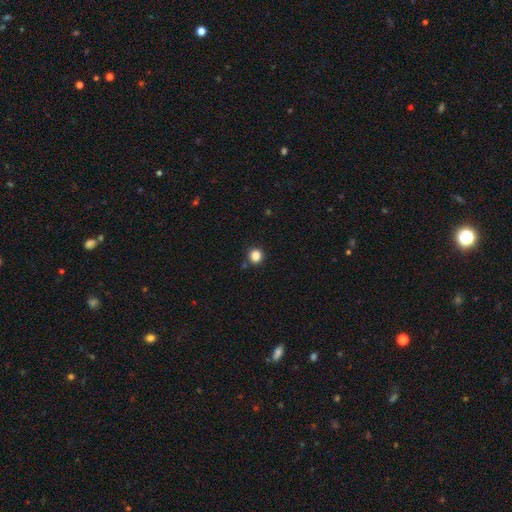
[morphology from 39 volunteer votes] Smooth or featured? 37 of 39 (95%) said smooth. How rounded? 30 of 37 (81%) said round. Merging? 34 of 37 (92%) said none.